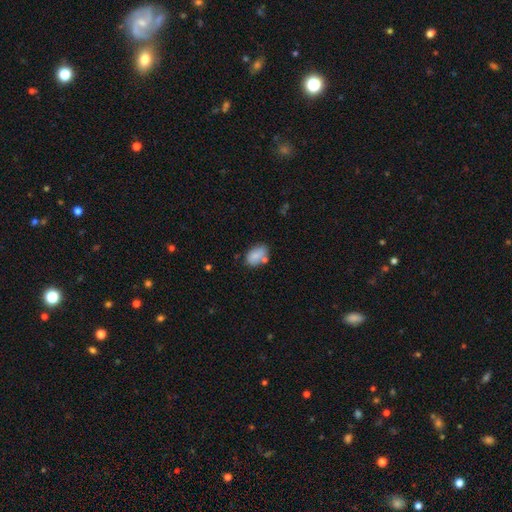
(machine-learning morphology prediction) This is clearly a smooth galaxy (81%). How rounded: clearly in between (89%). Merging: likely none (62%).